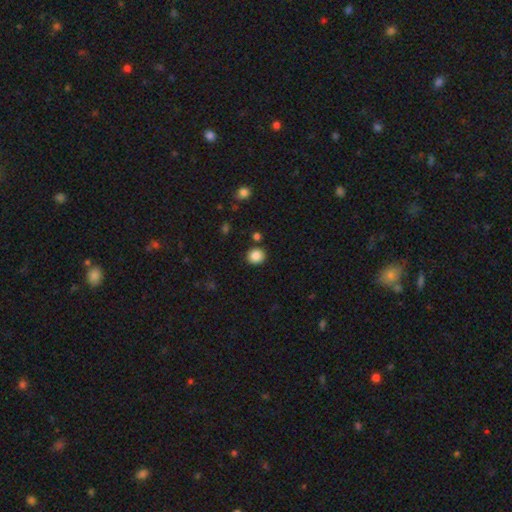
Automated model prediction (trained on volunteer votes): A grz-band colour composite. It shows a smooth galaxy with no disk features (87%) that is round (88%). Merging: none (87%).